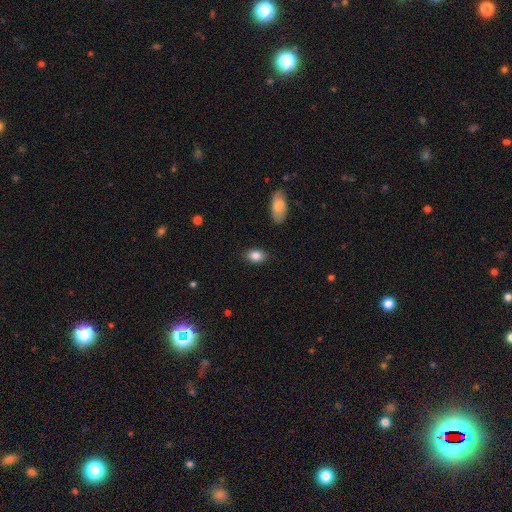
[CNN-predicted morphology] Smooth or featured?
  - smooth: 86% *
  - star or artifact: 8%
  - featured or disk: 7%
How rounded?
  - in between: 85% *
  - round: 13%
  - cigar-shaped: 2%
Merging?
  - none: 85% *
  - minor disturbance: 11%
  - major disturbance: 2%
  - merger: 1%